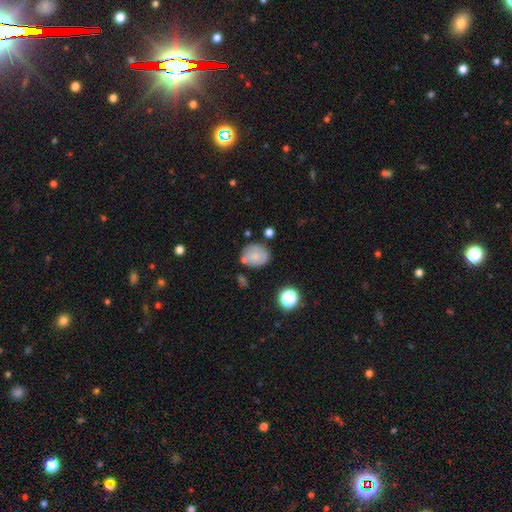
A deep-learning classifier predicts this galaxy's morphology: A smooth galaxy with no disk features (71%) that is round (58%).

Vote fractions:
- Smooth or featured? smooth: 71% / featured or disk: 20% / star or artifact: 10%
- How rounded? round: 58% / in between: 41% / cigar-shaped: 1%
- Merging? none: 65% / minor disturbance: 20% / merger: 10% / major disturbance: 5%